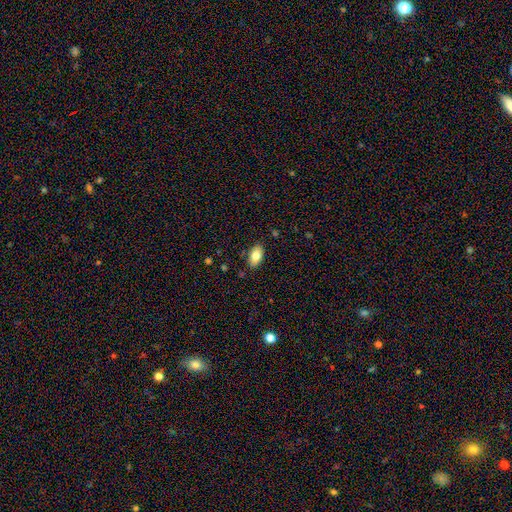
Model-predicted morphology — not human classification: smooth-or-featured: smooth: 80% | featured or disk: 13% | star or artifact: 7%
  how-rounded: in between: 93% | round: 5% | cigar-shaped: 2%
  merging: none: 86% | minor disturbance: 11% | major disturbance: 2% | merger: 1%